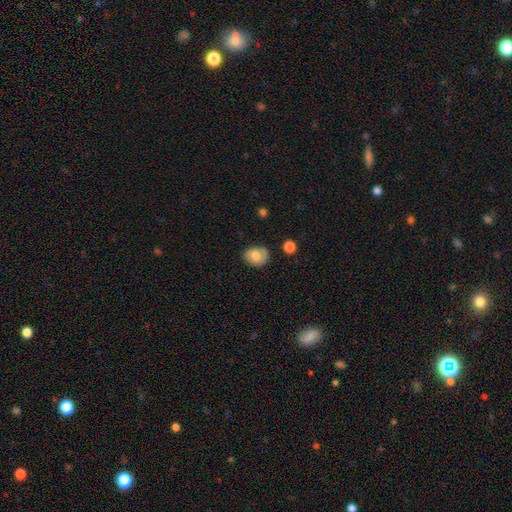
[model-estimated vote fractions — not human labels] Overall: smooth (67%). How rounded: round (51%; in between 48%). Merging: none (70%).